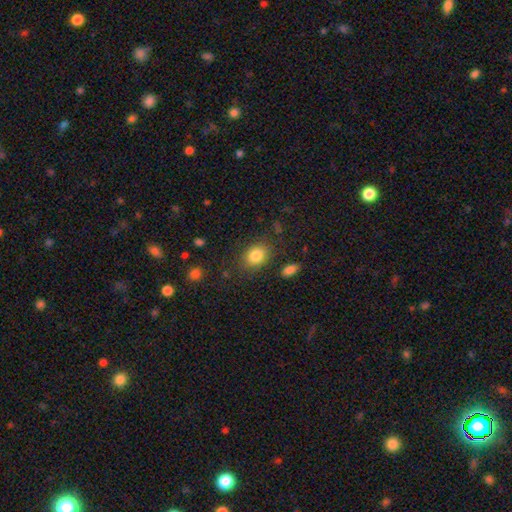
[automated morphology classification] A smooth galaxy with no disk features (84%) that is in between round and cigar-shaped (62%). Merging: none (78%).